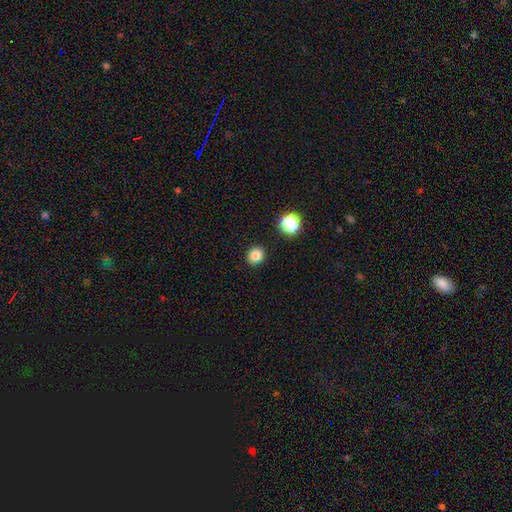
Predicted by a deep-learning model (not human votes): smooth_or_featured: smooth (p=0.83) [alt: star or artifact p=0.13]
how_rounded: round (p=0.85) [alt: in between p=0.14]
merging: none (p=0.90) [alt: minor disturbance p=0.06]